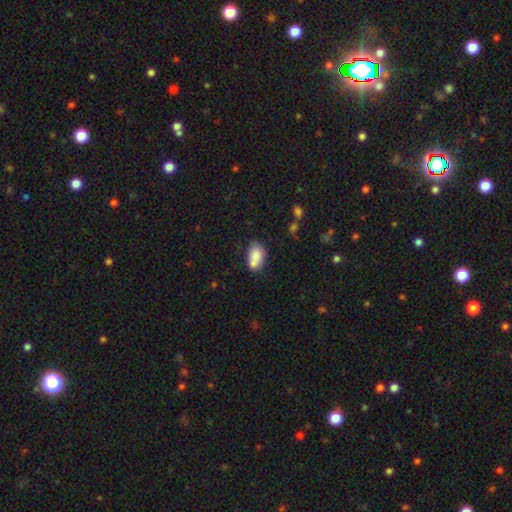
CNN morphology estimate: Q: Smooth or featured?
A: smooth (80%); runner-up: featured or disk (12%)
Q: How rounded?
A: in between (89%); runner-up: round (9%)
Q: Merging?
A: none (49%); runner-up: merger (25%)